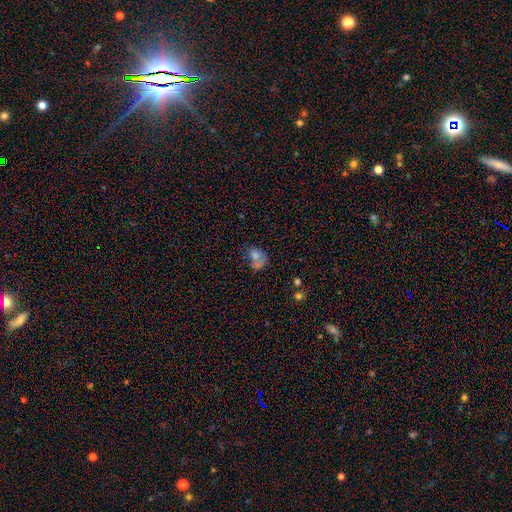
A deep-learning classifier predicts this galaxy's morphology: smooth-or-featured: smooth: 60% | featured or disk: 26% | star or artifact: 15%
  how-rounded: round: 50% | in between: 49% | cigar-shaped: 1%
  merging: merger: 33% | none: 31% | major disturbance: 19% | minor disturbance: 17%